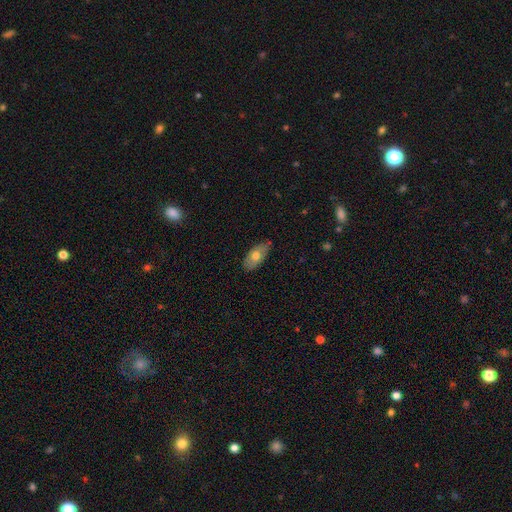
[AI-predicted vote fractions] Smooth or featured?
  - smooth: 67% *
  - featured or disk: 26%
  - star or artifact: 7%
How rounded?
  - in between: 90% *
  - cigar-shaped: 5%
  - round: 4%
Merging?
  - none: 75% *
  - minor disturbance: 20%
  - major disturbance: 3%
  - merger: 2%